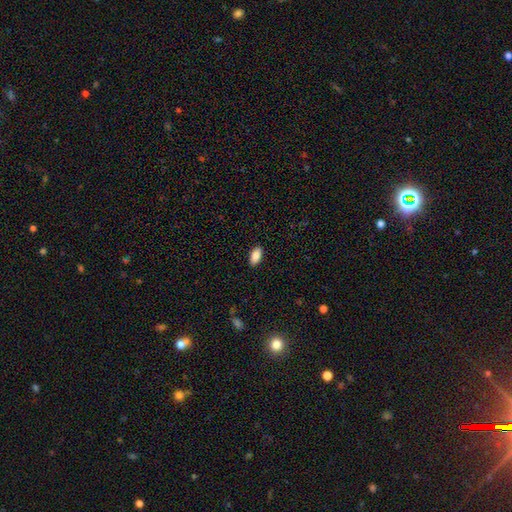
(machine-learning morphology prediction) smooth-or-featured: smooth: 88% | star or artifact: 7% | featured or disk: 5%
  how-rounded: in between: 92% | cigar-shaped: 6% | round: 2%
  merging: none: 89% | minor disturbance: 8% | major disturbance: 2% | merger: 1%